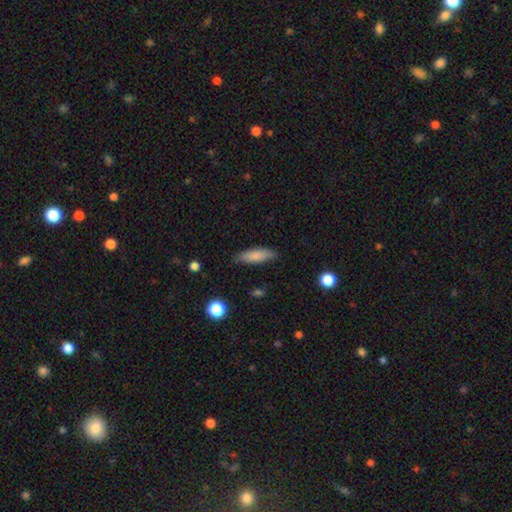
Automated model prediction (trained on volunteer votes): Morphology: type=smooth (82%); roundness=cigar-shaped (58%); merging=none (85%).